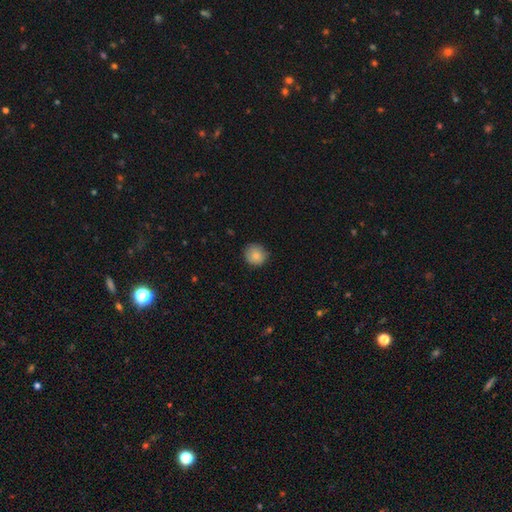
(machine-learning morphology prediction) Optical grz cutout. It shows a smooth galaxy with no disk features (84%) that is round (89%). Merging: none (83%).